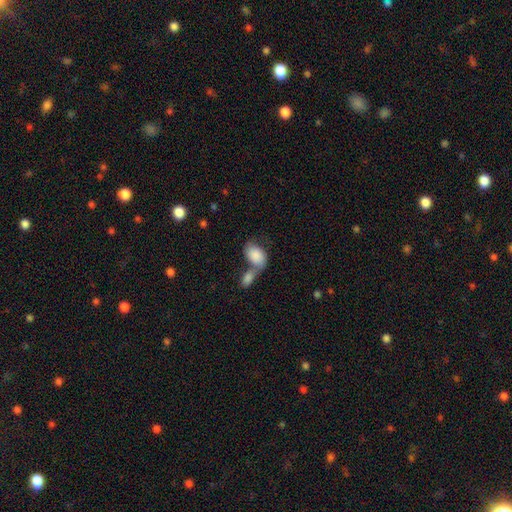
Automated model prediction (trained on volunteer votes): The model was most divided on "merging": merger: 62%, none: 21%, minor disturbance: 10%, major disturbance: 7%. More confident: how rounded — in between (87%); smooth or featured — smooth (81%).